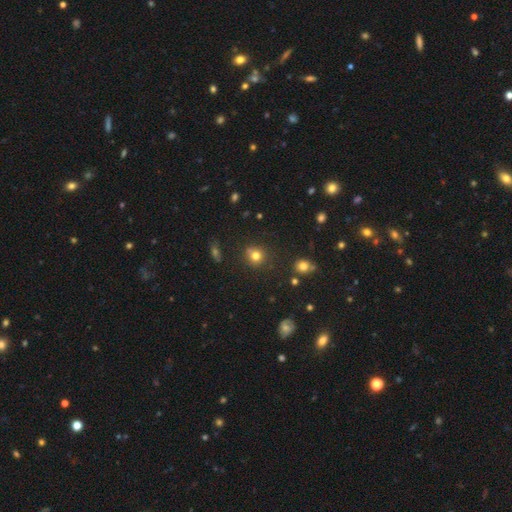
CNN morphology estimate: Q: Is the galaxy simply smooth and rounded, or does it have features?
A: smooth — 75%.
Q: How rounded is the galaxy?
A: round — 86%.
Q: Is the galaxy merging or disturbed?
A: none — 75%.